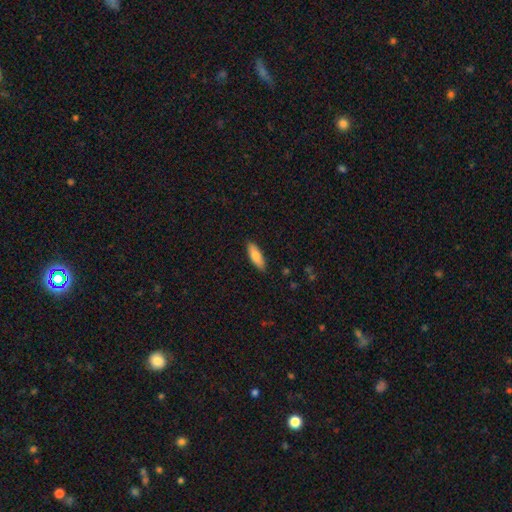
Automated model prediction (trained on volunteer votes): Smooth or featured: smooth — 79% (featured or disk — 15%)
How rounded: in between — 57% (cigar-shaped — 41%)
Merging: none — 88% (minor disturbance — 9%)